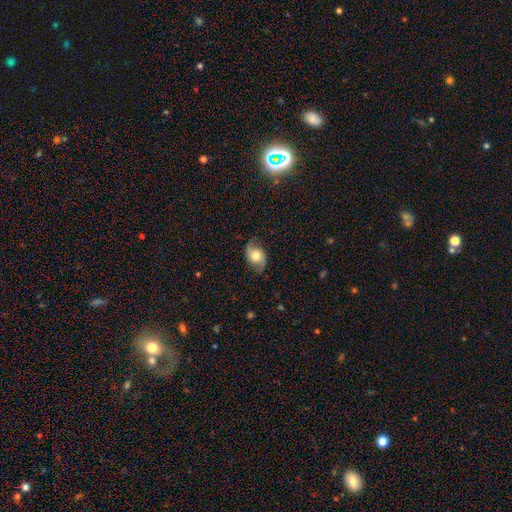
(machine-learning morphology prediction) Smooth or featured? featured or disk (63%)
Edge-on disk? no (96%)
Bar? no (70%)
Spiral arms? yes (91%)
Spiral winding? loose (54%)
Spiral arm count? 2 (91%)
Bulge size? moderate (46%)
Merging? none (78%)